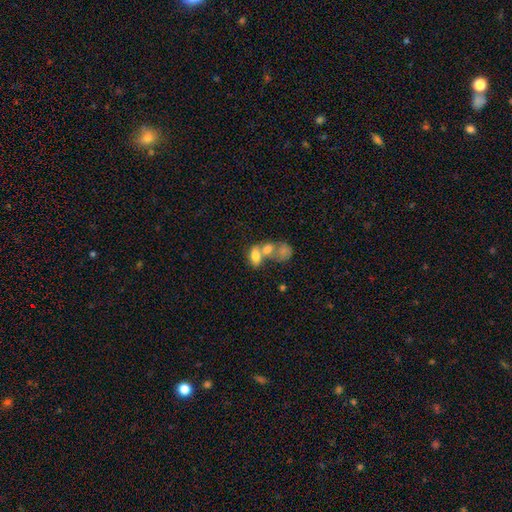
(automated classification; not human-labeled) Q: Smooth or featured?
A: smooth (72%); runner-up: featured or disk (18%)
Q: How rounded?
A: in between (84%); runner-up: round (13%)
Q: Merging?
A: merger (62%); runner-up: none (22%)